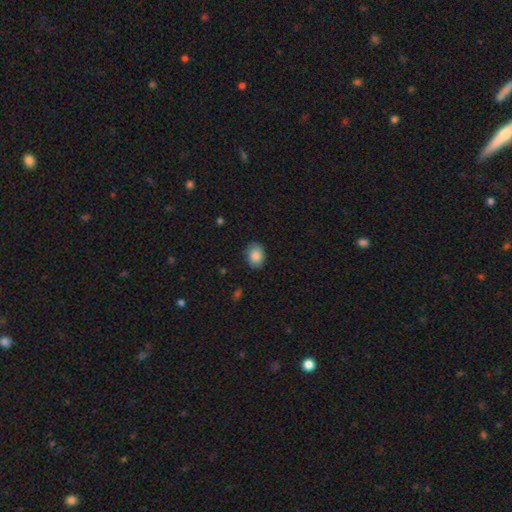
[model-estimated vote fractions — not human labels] smooth 87%, star or artifact 8%, featured or disk 5%. Down the decision tree: how rounded — in between (57%); merging — none (83%).